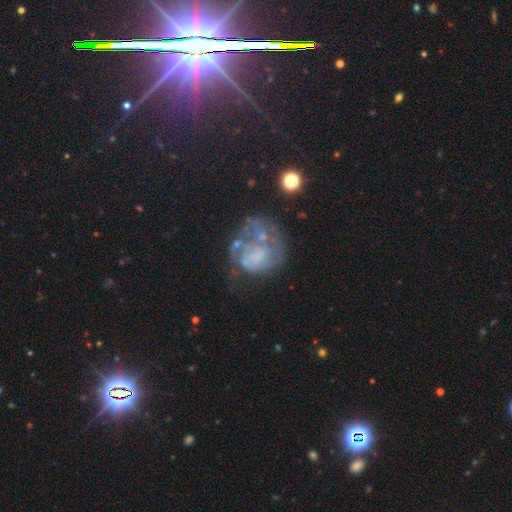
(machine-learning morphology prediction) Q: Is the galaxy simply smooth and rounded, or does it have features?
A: featured or disk — 62%.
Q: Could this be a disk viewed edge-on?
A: no — 98%.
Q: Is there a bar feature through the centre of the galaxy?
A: no — 87%.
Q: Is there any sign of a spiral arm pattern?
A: no — 69%.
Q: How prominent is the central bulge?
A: none — 69%.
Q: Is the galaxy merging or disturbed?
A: none — 37%.